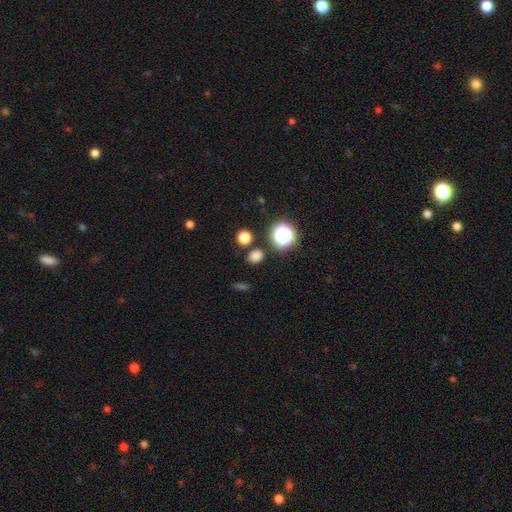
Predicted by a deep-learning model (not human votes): This is likely a smooth galaxy (76%). How rounded: likely round (70%). Merging: clearly none (83%).